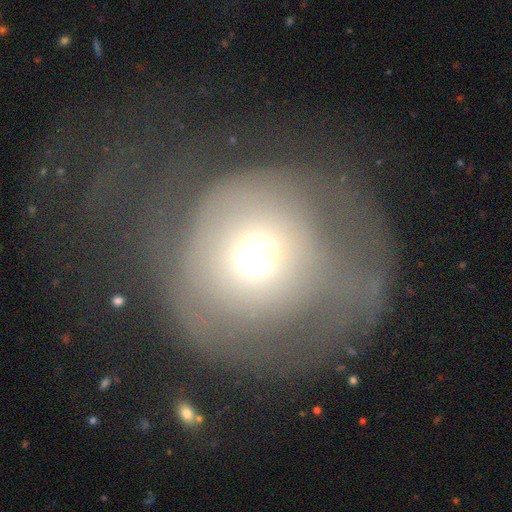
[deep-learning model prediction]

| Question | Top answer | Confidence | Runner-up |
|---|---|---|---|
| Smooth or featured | smooth | 49% | featured or disk (39%) |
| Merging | major disturbance | 50% | none (33%) |